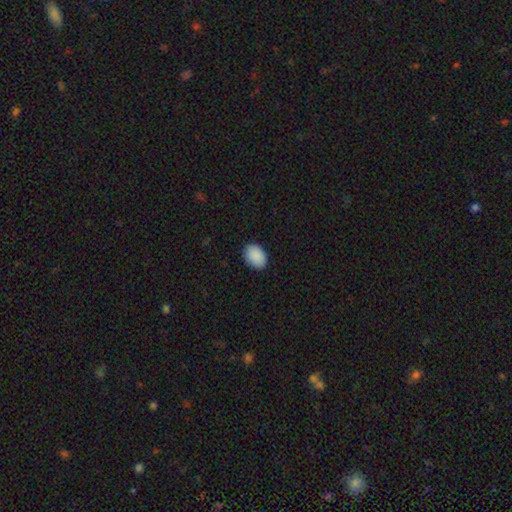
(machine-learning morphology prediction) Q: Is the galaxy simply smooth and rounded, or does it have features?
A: smooth — 91%.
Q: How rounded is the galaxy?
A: in between — 83%.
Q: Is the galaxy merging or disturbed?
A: none — 89%.